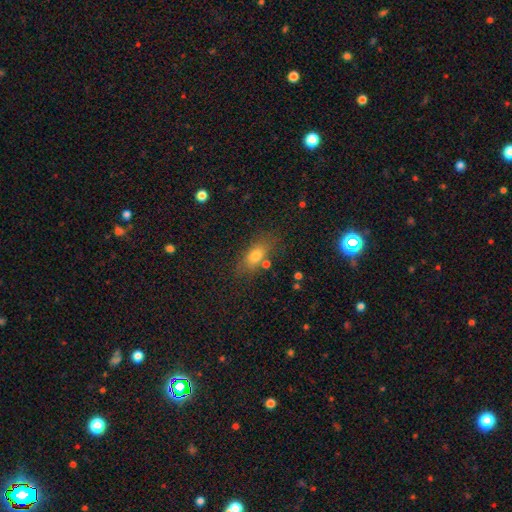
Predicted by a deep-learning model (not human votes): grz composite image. It shows a smooth galaxy with no disk features (73%) that is in between round and cigar-shaped (78%). Merging: none (72%).